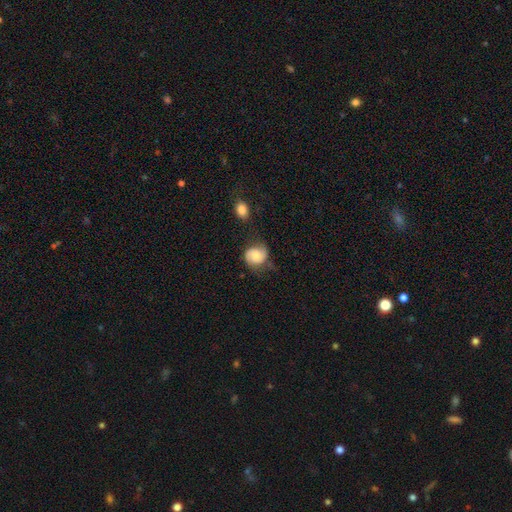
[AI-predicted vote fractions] Smooth or featured: smooth — 52% (featured or disk — 40%)
How rounded: round — 71% (in between — 28%)
Merging: none — 52% (minor disturbance — 30%)